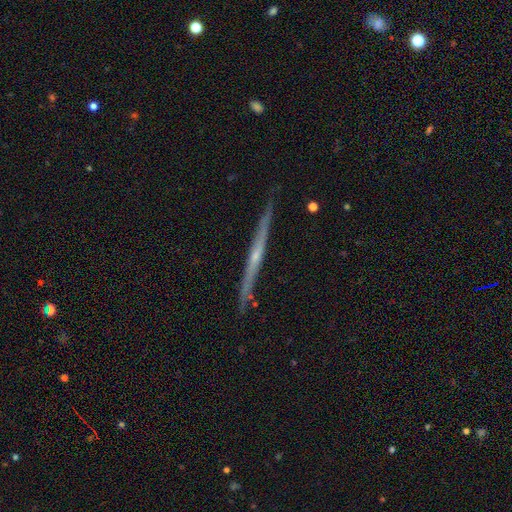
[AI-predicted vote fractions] A featured or disk galaxy (76%) viewed edge-on (98%) with a rounded central bulge (48%).

Vote fractions:
- Smooth or featured? featured or disk: 76% / smooth: 19% / star or artifact: 6%
- Edge-on disk? yes: 98% / no: 2%
- Edge-on bulge? rounded: 48% / none: 47% / boxy: 5%
- Merging? none: 87% / minor disturbance: 10% / major disturbance: 1% / merger: 1%